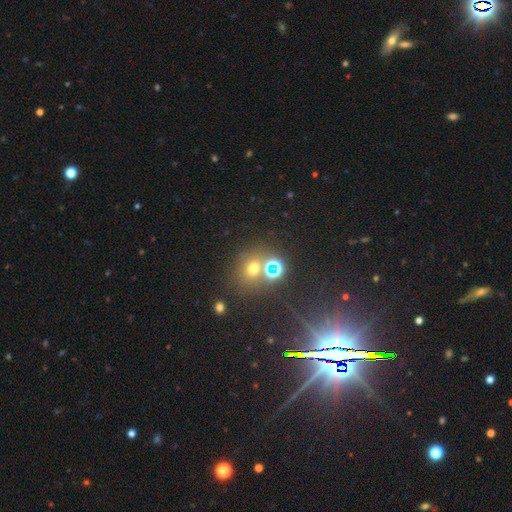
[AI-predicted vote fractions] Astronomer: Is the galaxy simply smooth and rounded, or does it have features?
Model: star or artifact — 55% (runner-up: smooth, 34%).